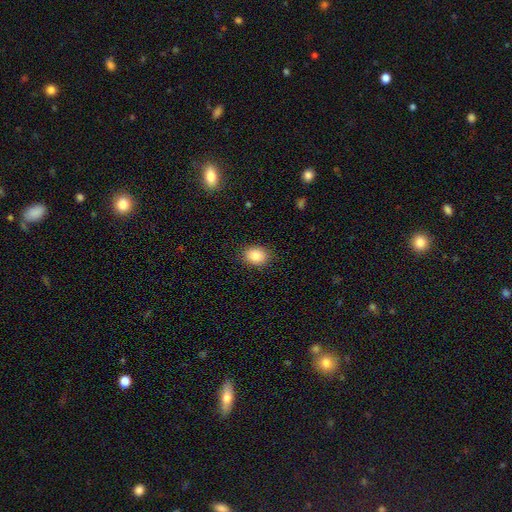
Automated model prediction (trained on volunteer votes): smooth_or_featured: smooth (p=0.87) [alt: star or artifact p=0.09]
how_rounded: in between (p=0.56) [alt: round p=0.43]
merging: none (p=0.87) [alt: minor disturbance p=0.09]